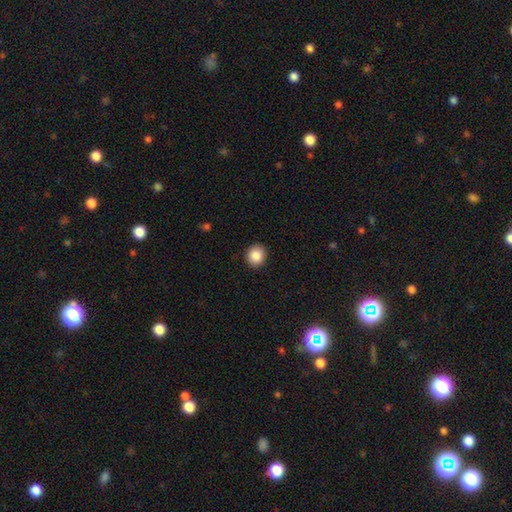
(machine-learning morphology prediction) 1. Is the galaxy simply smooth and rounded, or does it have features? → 87% smooth, 9% star or artifact, 4% featured or disk.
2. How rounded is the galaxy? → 88% round, 11% in between, 1% cigar-shaped.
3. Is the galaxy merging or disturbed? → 92% none, 5% minor disturbance, 2% major disturbance, 1% merger.